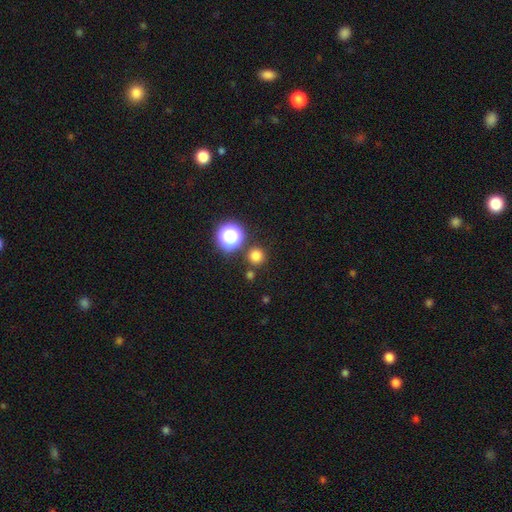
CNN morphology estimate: This is likely a smooth galaxy (74%). How rounded: clearly round (94%). Merging: clearly none (84%).